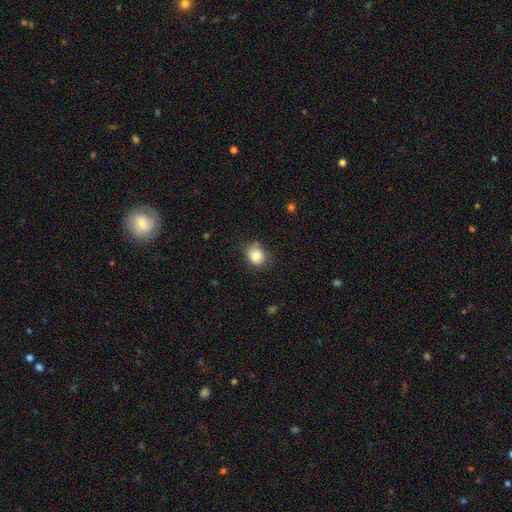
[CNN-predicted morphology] Smooth or featured: smooth — 80% (featured or disk — 10%)
How rounded: round — 64% (in between — 36%)
Merging: none — 67% (minor disturbance — 25%)